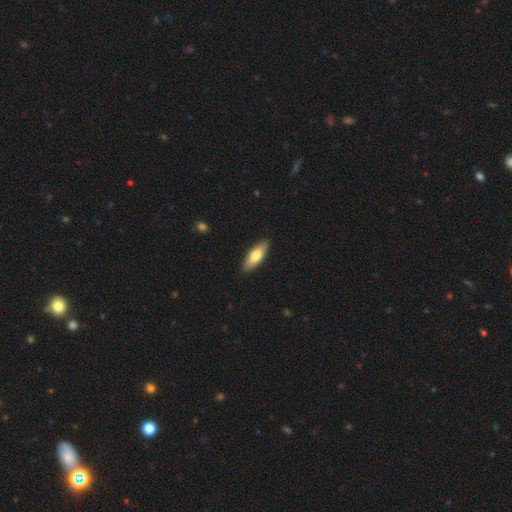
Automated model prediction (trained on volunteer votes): This is likely a smooth galaxy (72%). How rounded: likely in between (65%). Merging: clearly none (88%).